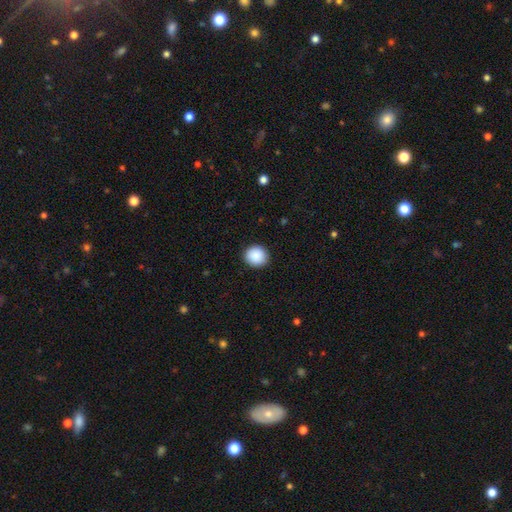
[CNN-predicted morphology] This is clearly a smooth galaxy (90%). How rounded: clearly round (87%). Merging: clearly none (91%).